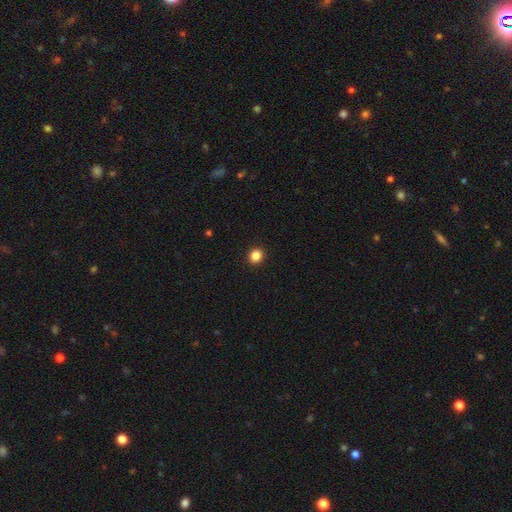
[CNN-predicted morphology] The model was most divided on "how rounded": round: 80%, in between: 20%, cigar-shaped: 1%. More confident: merging — none (93%); smooth or featured — smooth (85%).